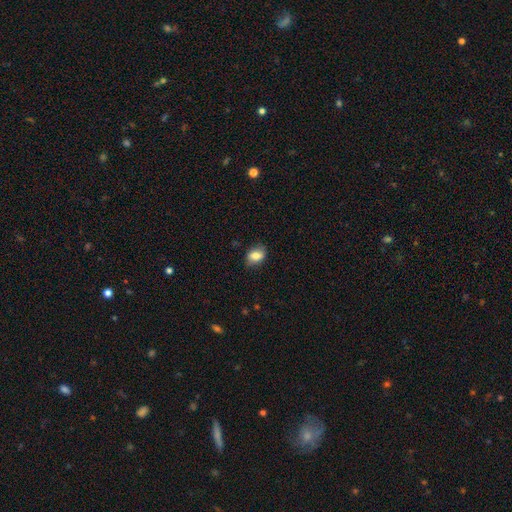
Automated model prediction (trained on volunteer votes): Smooth or featured: smooth — 80% (featured or disk — 11%)
How rounded: in between — 76% (round — 22%)
Merging: none — 79% (minor disturbance — 16%)